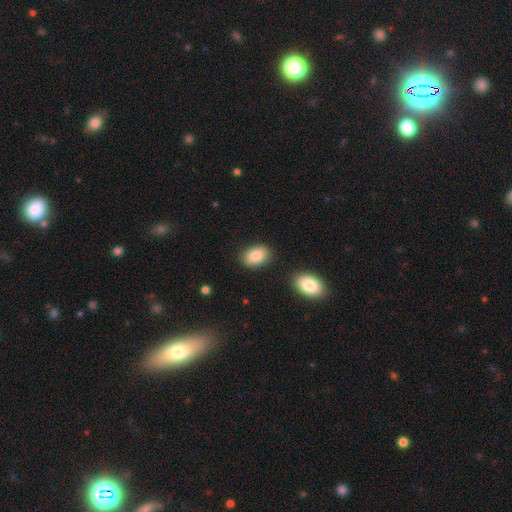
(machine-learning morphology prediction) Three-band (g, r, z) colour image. It shows a smooth galaxy with no disk features (85%) that is in between round and cigar-shaped (87%). Merging: none (83%).